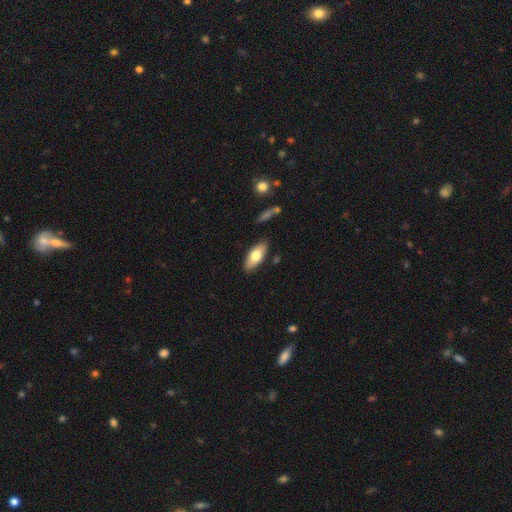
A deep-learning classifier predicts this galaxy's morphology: Smooth or featured?
  - smooth: 73% *
  - featured or disk: 21%
  - star or artifact: 6%
How rounded?
  - in between: 84% *
  - cigar-shaped: 13%
  - round: 2%
Merging?
  - none: 86% *
  - minor disturbance: 10%
  - major disturbance: 2%
  - merger: 2%